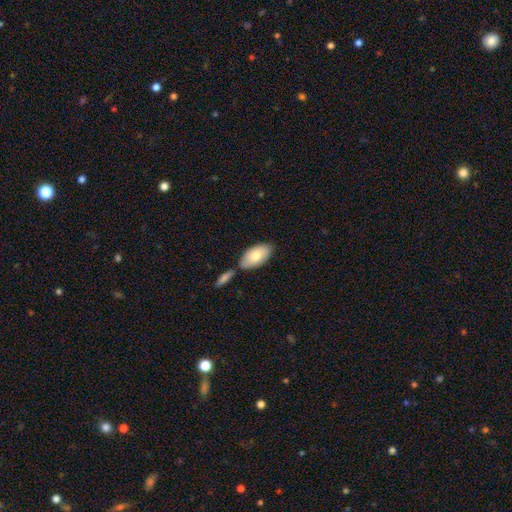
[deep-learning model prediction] Smooth or featured: smooth — 77% (featured or disk — 18%)
How rounded: in between — 94% (cigar-shaped — 4%)
Merging: none — 60% (merger — 22%)